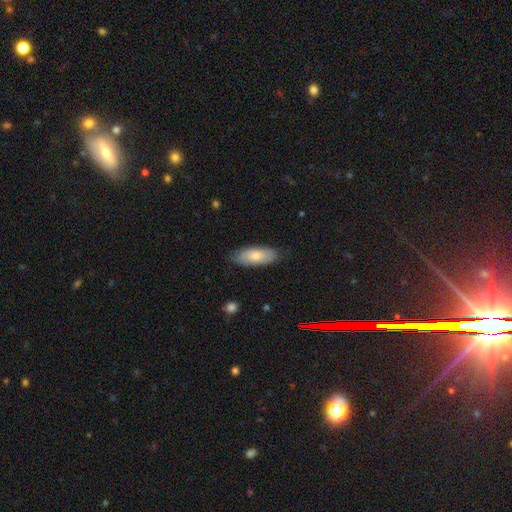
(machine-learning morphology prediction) Overall: smooth (75%). How rounded: in between (81%). Merging: none (78%).